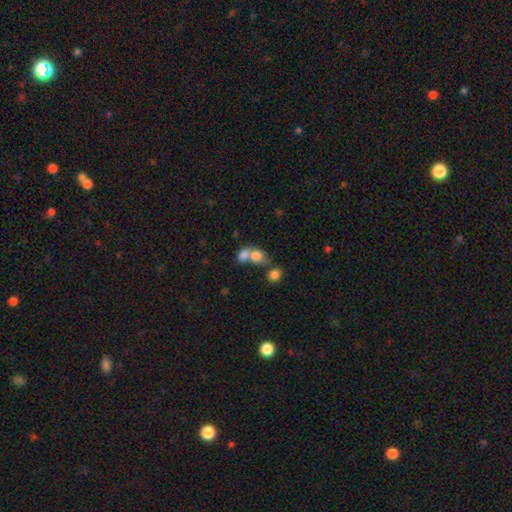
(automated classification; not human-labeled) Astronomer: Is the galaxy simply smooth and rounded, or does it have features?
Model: smooth — 76%.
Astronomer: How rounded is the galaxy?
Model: in between — 51% (runner-up: round, 47%).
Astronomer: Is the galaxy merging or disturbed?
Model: merger — 64%.